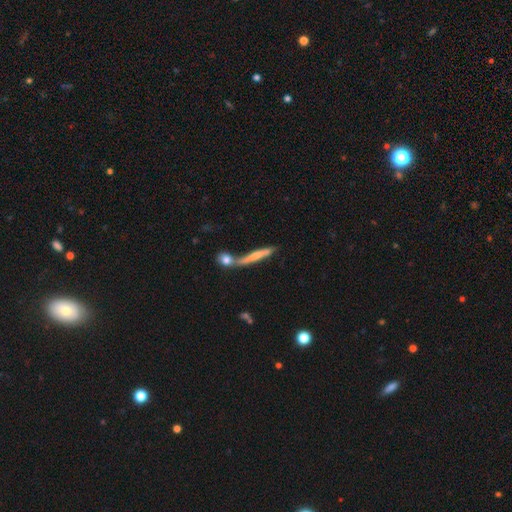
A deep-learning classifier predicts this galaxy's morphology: A smooth galaxy with no disk features (50%) that is cigar-shaped (88%).

Vote fractions:
- Smooth or featured? smooth: 50% / featured or disk: 42% / star or artifact: 8%
- How rounded? cigar-shaped: 88% / in between: 8% / round: 3%
- Merging? none: 41% / merger: 39% / minor disturbance: 12% / major disturbance: 7%